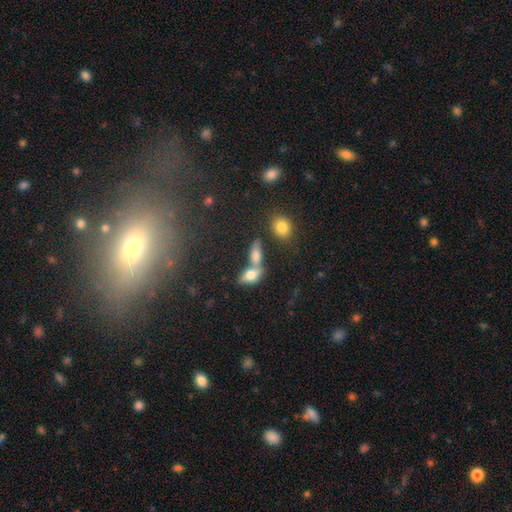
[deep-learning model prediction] A smooth galaxy with no disk features (70%) that is in between round and cigar-shaped (74%). Merging: merger (53%).